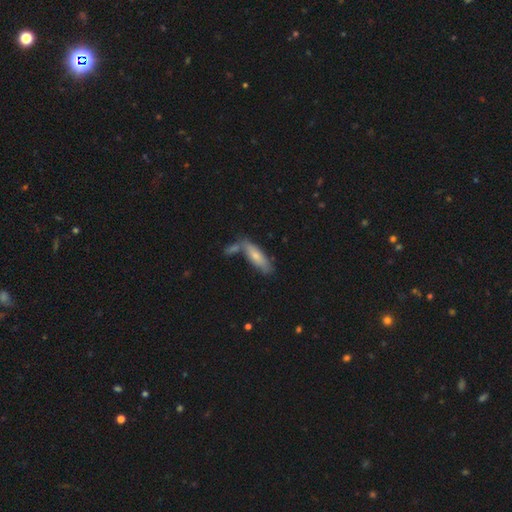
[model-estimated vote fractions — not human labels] Q: Smooth or featured?
A: smooth (69%); runner-up: featured or disk (25%)
Q: How rounded?
A: cigar-shaped (54%); runner-up: in between (44%)
Q: Merging?
A: none (61%); runner-up: merger (19%)